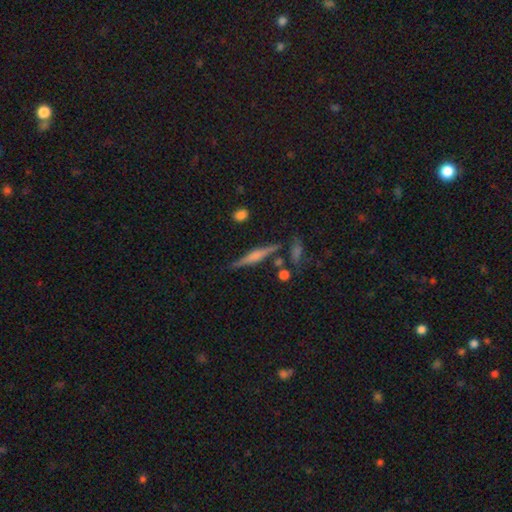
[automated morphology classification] The model was most divided on "smooth or featured": featured or disk: 64%, smooth: 28%, star or artifact: 8%. More confident: edge-on disk — yes (97%); merging — none (80%); edge-on bulge — rounded (64%).